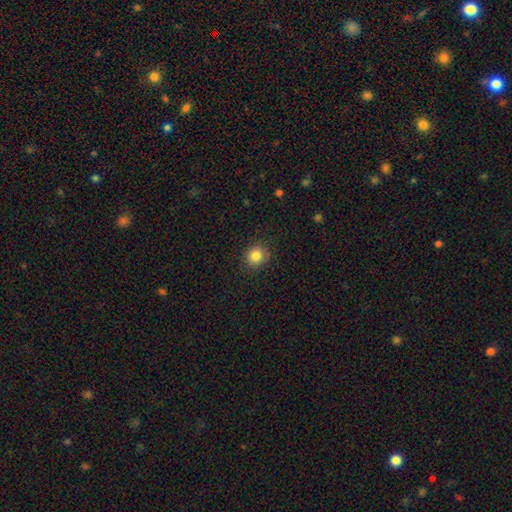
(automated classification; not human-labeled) Smooth or featured: smooth — 84% (star or artifact — 11%)
How rounded: round — 83% (in between — 16%)
Merging: none — 88% (minor disturbance — 8%)